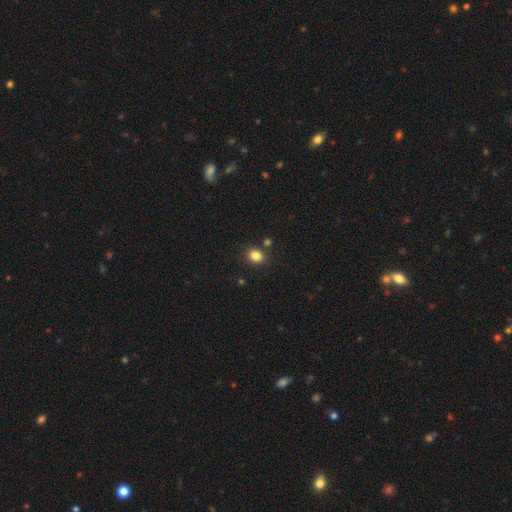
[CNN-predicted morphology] Smooth or featured? Predicted: smooth (p=0.84). How rounded? Predicted: round (p=0.64). Merging? Predicted: none (p=0.82).